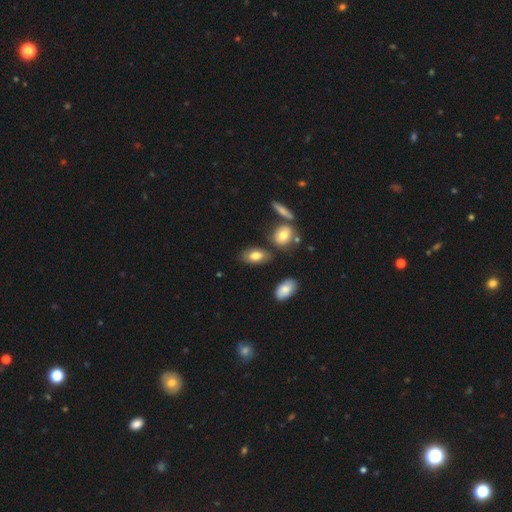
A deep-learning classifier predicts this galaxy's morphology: A smooth galaxy with no disk features (75%) that is in between round and cigar-shaped (91%). Merging: none (71%).